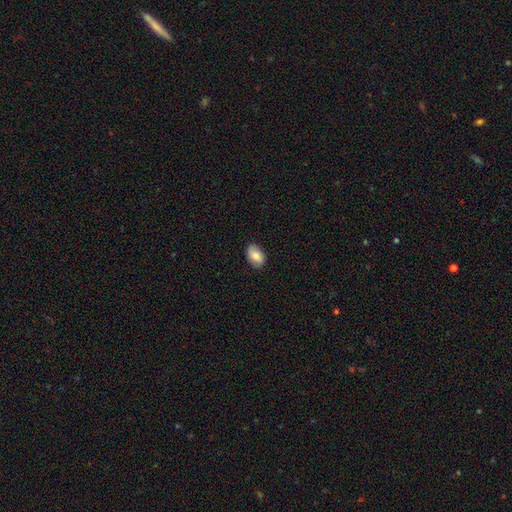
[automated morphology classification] Smooth or featured? Predicted: smooth (p=0.80). How rounded? Predicted: in between (p=0.87). Merging? Predicted: none (p=0.83).